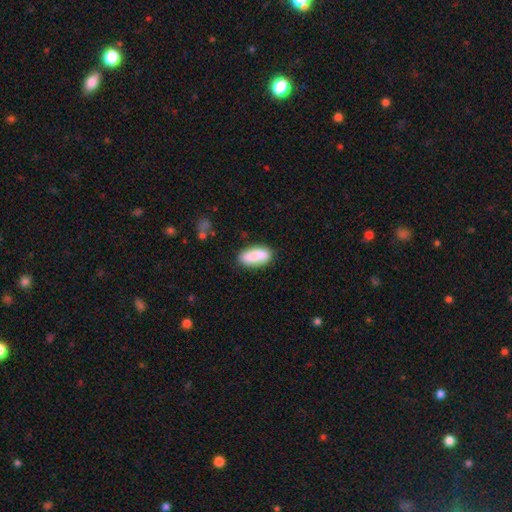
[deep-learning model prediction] This is clearly a smooth galaxy (83%). How rounded: clearly in between (84%). Merging: likely none (75%).